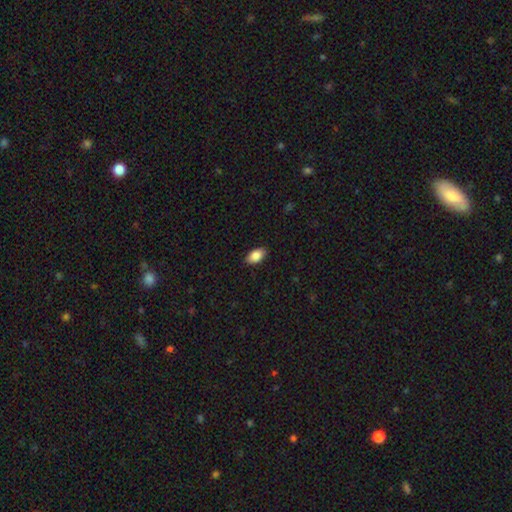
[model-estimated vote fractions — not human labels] smooth_or_featured: smooth (p=0.87) [alt: star or artifact p=0.07]
how_rounded: in between (p=0.93) [alt: round p=0.05]
merging: none (p=0.88) [alt: minor disturbance p=0.09]